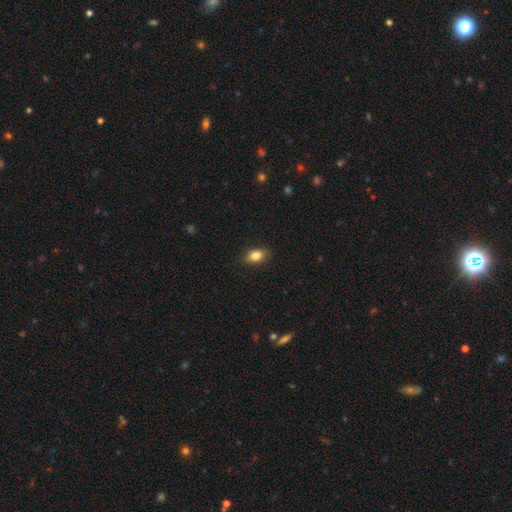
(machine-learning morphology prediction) Smooth or featured? Predicted: smooth (p=0.84). How rounded? Predicted: in between (p=0.85). Merging? Predicted: none (p=0.87).